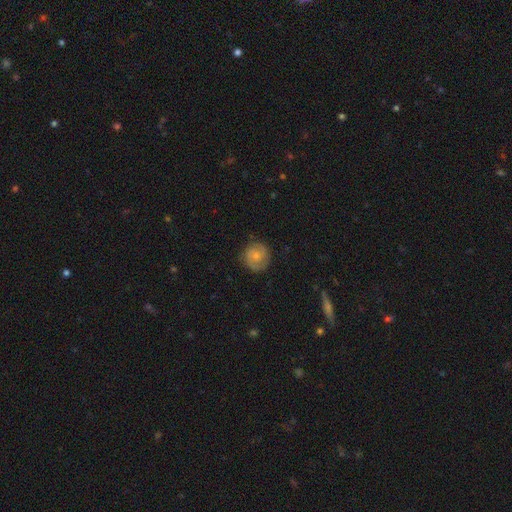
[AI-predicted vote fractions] smooth 56%, featured or disk 36%, star or artifact 7%. Down the decision tree: how rounded — round (90%); merging — none (80%).